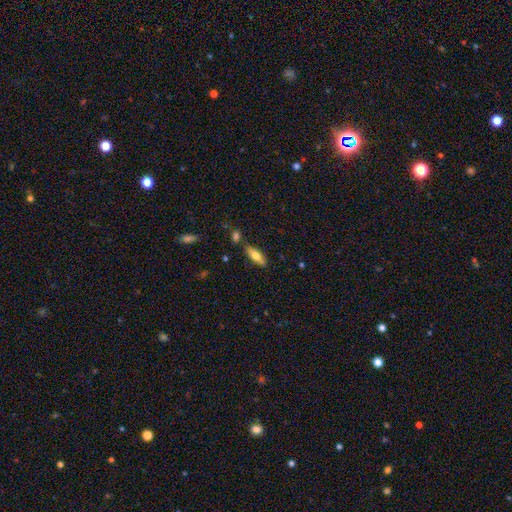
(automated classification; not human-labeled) Overall: smooth (58%; featured or disk 36%). How rounded: in between (52%; cigar-shaped 45%). Merging: none (79%).